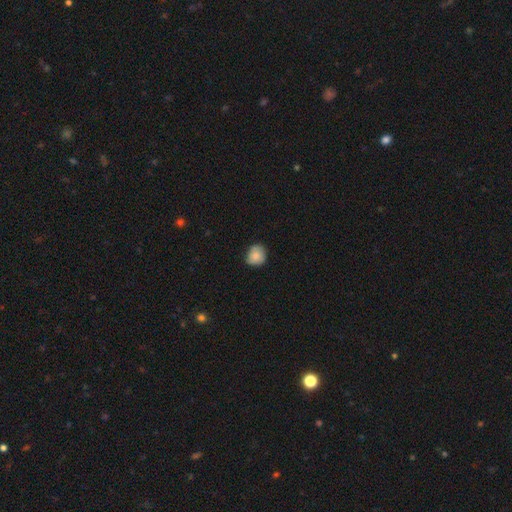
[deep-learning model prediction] Smooth or featured?
  - smooth: 80% *
  - featured or disk: 13%
  - star or artifact: 8%
How rounded?
  - round: 75% *
  - in between: 24%
  - cigar-shaped: 1%
Merging?
  - none: 72% *
  - minor disturbance: 23%
  - major disturbance: 4%
  - merger: 1%